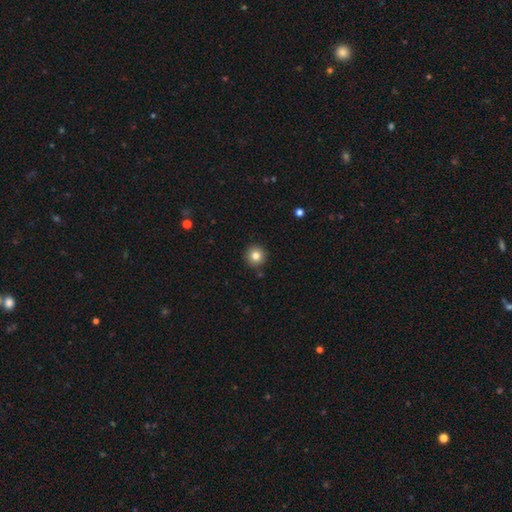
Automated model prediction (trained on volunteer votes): Smooth or featured? Predicted: smooth (p=0.81). How rounded? Predicted: round (p=0.96). Merging? Predicted: none (p=0.91).